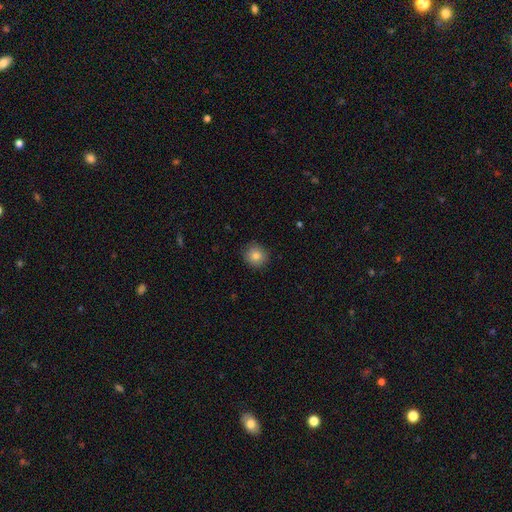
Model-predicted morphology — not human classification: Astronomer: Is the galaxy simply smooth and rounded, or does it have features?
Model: smooth — 83%.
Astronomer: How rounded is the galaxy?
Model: round — 86%.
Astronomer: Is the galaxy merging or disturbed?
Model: none — 89%.